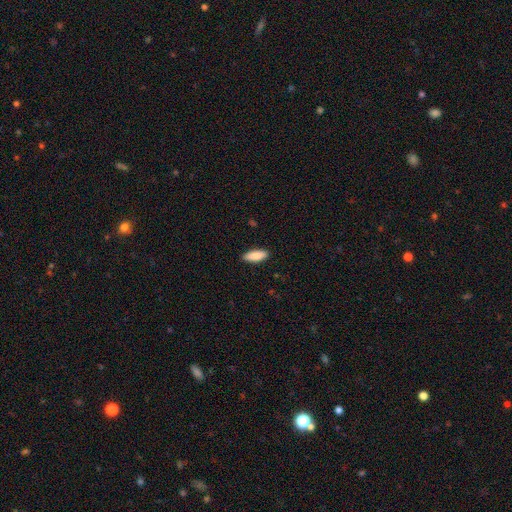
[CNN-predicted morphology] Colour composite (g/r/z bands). It shows a smooth galaxy with no disk features (86%) that is in between round and cigar-shaped (75%). Merging: none (90%).